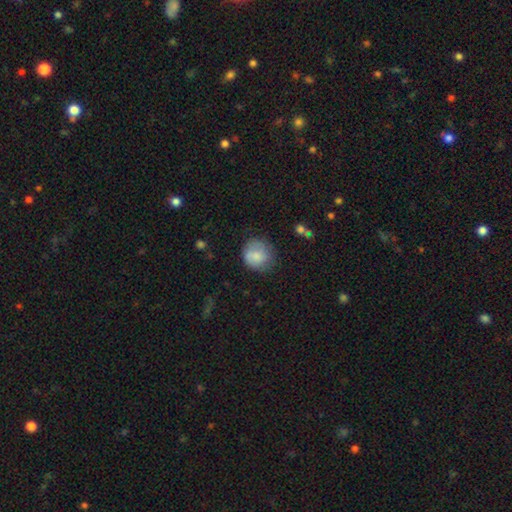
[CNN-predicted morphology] This appears to be a smooth galaxy with no disk features (78%) that is round (82%). Merging: none (67%).